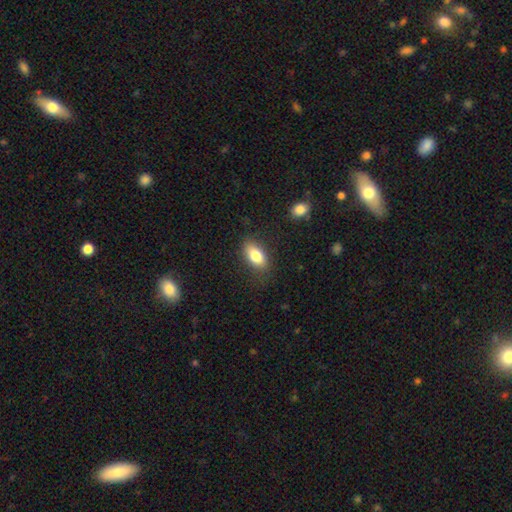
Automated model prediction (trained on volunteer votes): Q: Smooth or featured?
A: smooth (81%); runner-up: featured or disk (12%)
Q: How rounded?
A: in between (88%); runner-up: round (6%)
Q: Merging?
A: none (81%); runner-up: minor disturbance (13%)